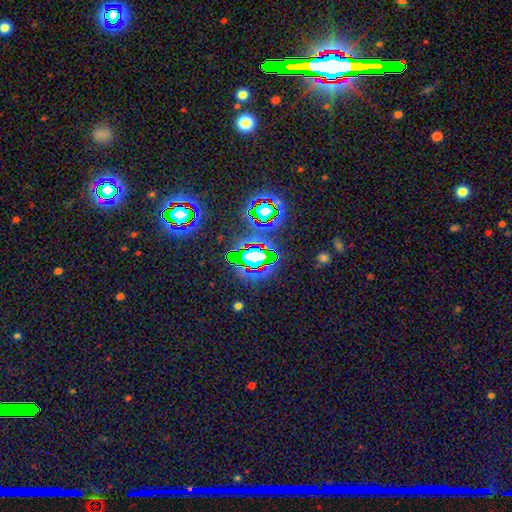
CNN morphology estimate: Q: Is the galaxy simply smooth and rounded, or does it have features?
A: star or artifact — 71%.